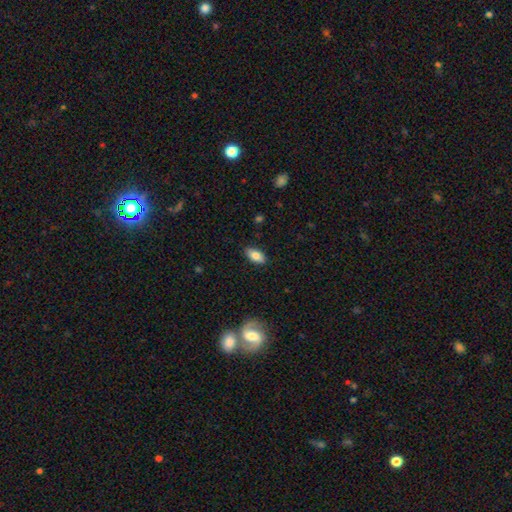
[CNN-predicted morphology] Overall: smooth (80%). How rounded: in between (90%). Merging: none (86%).